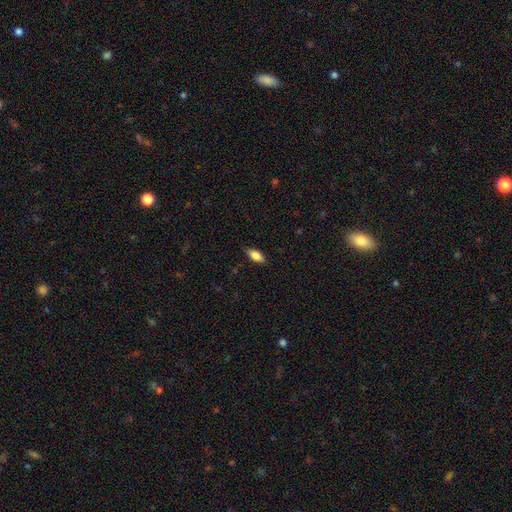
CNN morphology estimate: smooth-or-featured: smooth: 81% | featured or disk: 12% | star or artifact: 7%
  how-rounded: in between: 83% | cigar-shaped: 14% | round: 3%
  merging: none: 86% | minor disturbance: 11% | major disturbance: 2% | merger: 1%